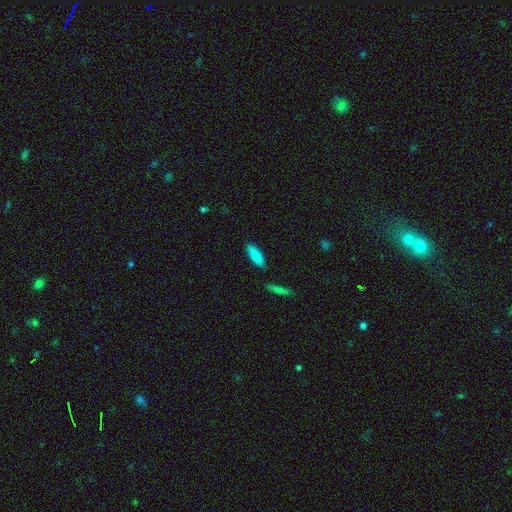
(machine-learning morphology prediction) The model was most divided on "how rounded": in between: 57%, cigar-shaped: 41%, round: 2%. More confident: smooth or featured — smooth (86%); merging — none (83%).